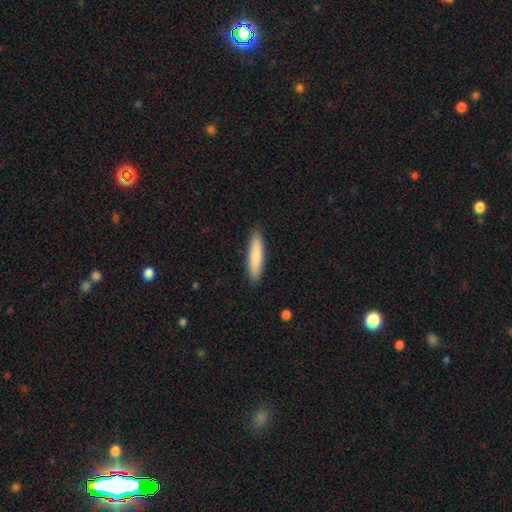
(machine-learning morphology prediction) Overall: smooth (82%). How rounded: cigar-shaped (84%). Merging: none (90%).